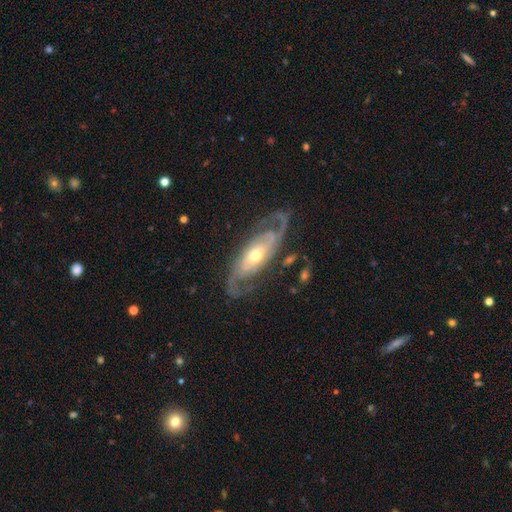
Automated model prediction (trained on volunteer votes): featured or disk 89%, smooth 7%, star or artifact 4%. Down the decision tree: edge-on disk — no (93%); bar — no (59%); spiral arms — yes (96%); spiral arm count — 2 (84%); spiral winding — medium (44%); bulge size — moderate (57%); merging — none (74%).